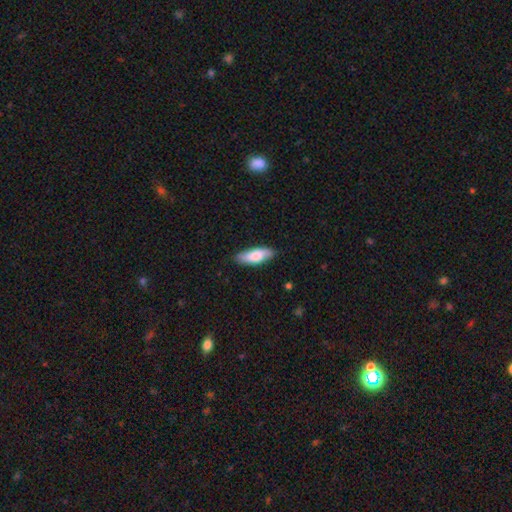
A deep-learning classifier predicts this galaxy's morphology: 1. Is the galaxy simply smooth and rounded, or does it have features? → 75% smooth, 20% featured or disk, 5% star or artifact.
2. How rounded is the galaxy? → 65% in between, 33% cigar-shaped, 2% round.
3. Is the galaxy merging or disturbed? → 85% none, 12% minor disturbance, 2% major disturbance, 1% merger.